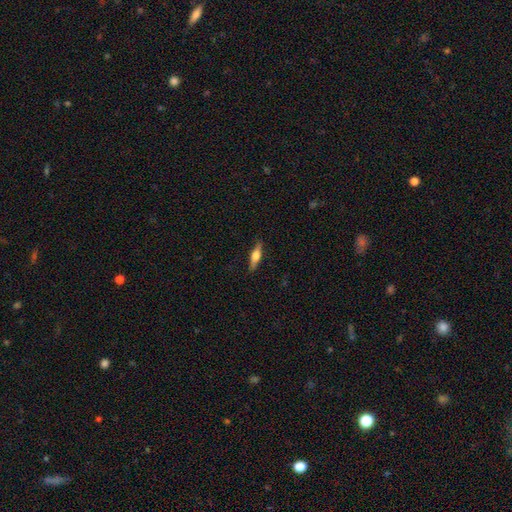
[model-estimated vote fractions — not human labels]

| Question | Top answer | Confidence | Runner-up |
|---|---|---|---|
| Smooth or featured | featured or disk | 51% | smooth (43%) |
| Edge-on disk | yes | 94% | no (6%) |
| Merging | none | 88% | minor disturbance (9%) |